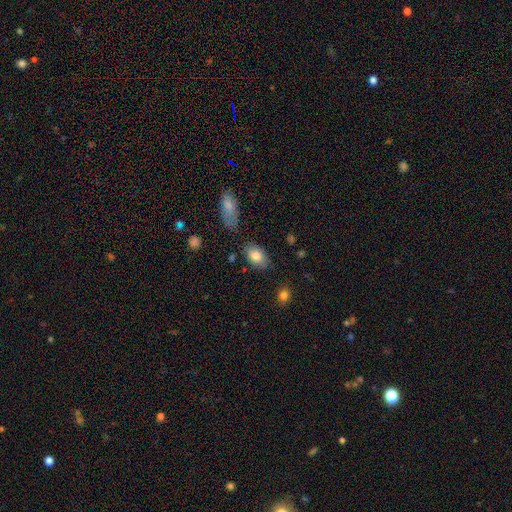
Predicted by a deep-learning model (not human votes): The model was most divided on "merging": none: 76%, minor disturbance: 17%, major disturbance: 4%, merger: 4%. More confident: how rounded — in between (90%); smooth or featured — smooth (81%).